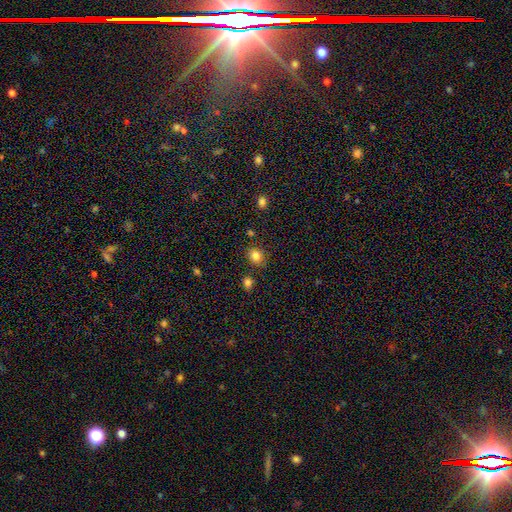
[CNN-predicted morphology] This is clearly a smooth galaxy (83%). How rounded: likely round (70%). Merging: clearly none (81%).